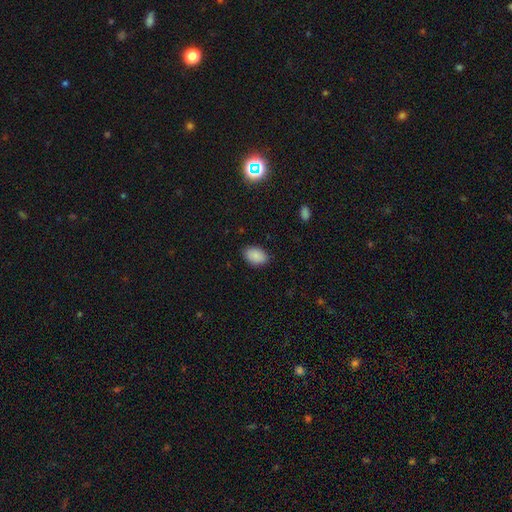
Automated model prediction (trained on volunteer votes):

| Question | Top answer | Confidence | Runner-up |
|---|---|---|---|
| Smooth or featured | smooth | 89% | star or artifact (8%) |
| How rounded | in between | 89% | round (9%) |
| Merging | none | 86% | minor disturbance (11%) |